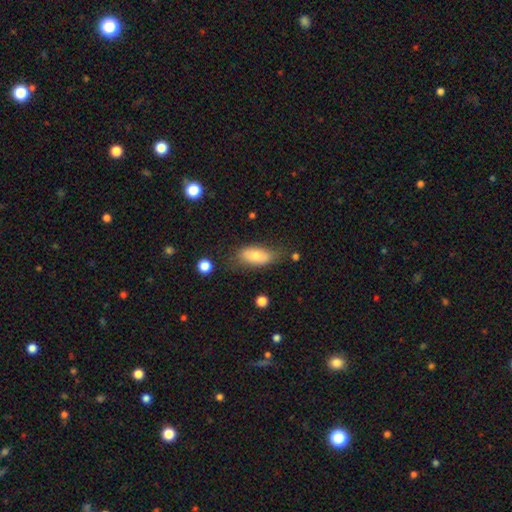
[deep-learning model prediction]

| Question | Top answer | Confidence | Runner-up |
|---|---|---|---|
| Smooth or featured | smooth | 72% | featured or disk (20%) |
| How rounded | in between | 85% | cigar-shaped (12%) |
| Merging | none | 66% | minor disturbance (24%) |